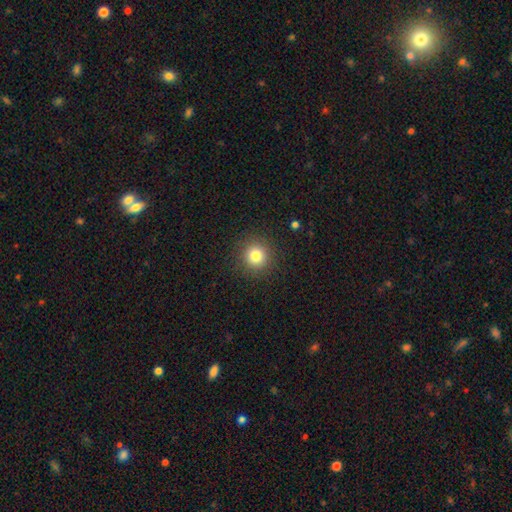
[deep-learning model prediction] A smooth galaxy with no disk features (80%) that is round (94%).

Vote fractions:
- Smooth or featured? smooth: 80% / star or artifact: 13% / featured or disk: 7%
- How rounded? round: 94% / in between: 5% / cigar-shaped: 1%
- Merging? none: 91% / minor disturbance: 6% / major disturbance: 2% / merger: 1%